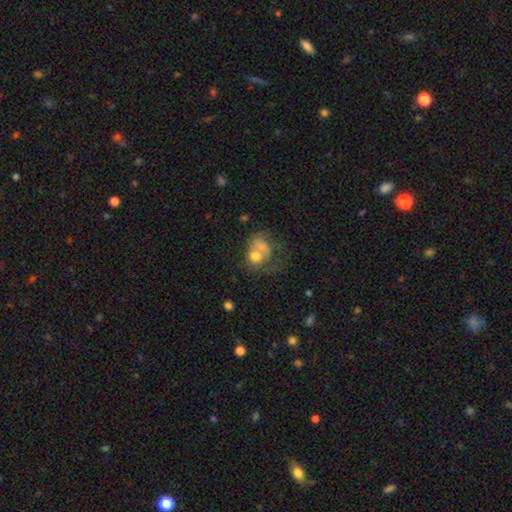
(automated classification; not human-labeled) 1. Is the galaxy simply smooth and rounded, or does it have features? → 56% smooth, 35% featured or disk, 9% star or artifact.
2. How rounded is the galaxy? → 52% round, 46% in between, 1% cigar-shaped.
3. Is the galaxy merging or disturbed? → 60% merger, 15% none, 15% major disturbance, 9% minor disturbance.